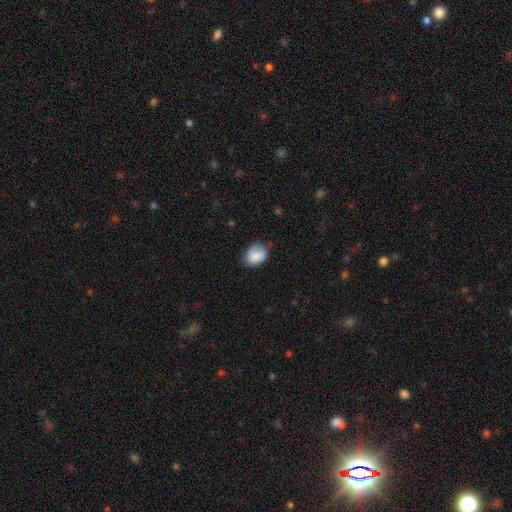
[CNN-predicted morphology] A smooth galaxy with no disk features (85%) that is in between round and cigar-shaped (56%). Merging: none (64%).